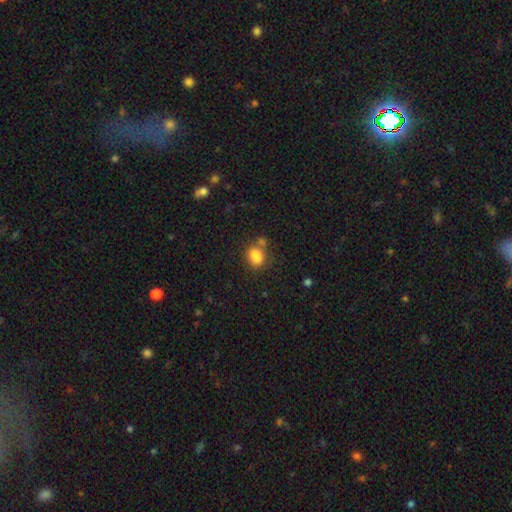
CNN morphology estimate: This is clearly a smooth galaxy (80%). How rounded: likely in between (65%). Merging: possibly none (46%).